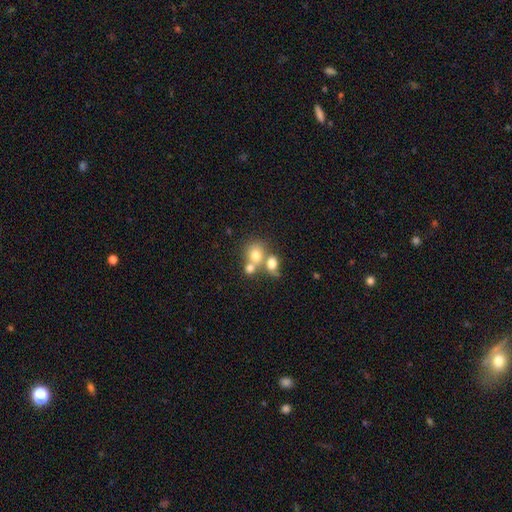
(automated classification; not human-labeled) A smooth galaxy with no disk features (72%) that is round (68%).

Vote fractions:
- Smooth or featured? smooth: 72% / featured or disk: 16% / star or artifact: 12%
- How rounded? round: 68% / in between: 31% / cigar-shaped: 1%
- Merging? merger: 53% / none: 34% / minor disturbance: 8% / major disturbance: 5%